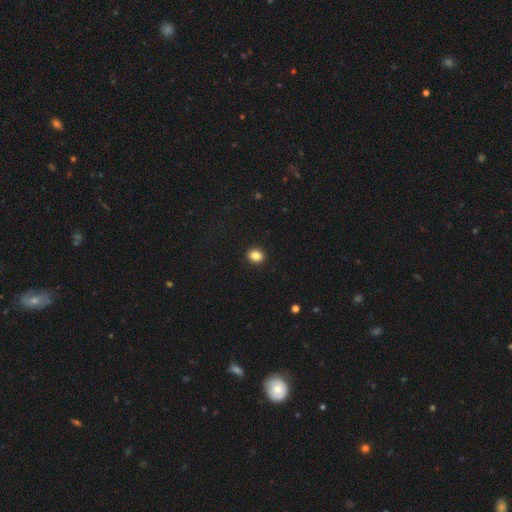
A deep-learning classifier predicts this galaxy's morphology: Smooth or featured?
  - smooth: 85% *
  - star or artifact: 10%
  - featured or disk: 5%
How rounded?
  - round: 62% *
  - in between: 37%
  - cigar-shaped: 1%
Merging?
  - none: 92% *
  - minor disturbance: 5%
  - major disturbance: 2%
  - merger: 1%